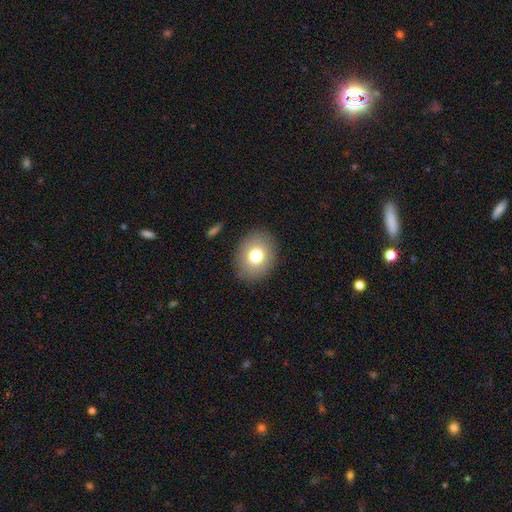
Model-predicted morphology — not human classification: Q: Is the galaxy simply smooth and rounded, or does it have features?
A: smooth — 75%.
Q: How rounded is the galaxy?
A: round — 51%.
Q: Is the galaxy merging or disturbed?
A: none — 87%.